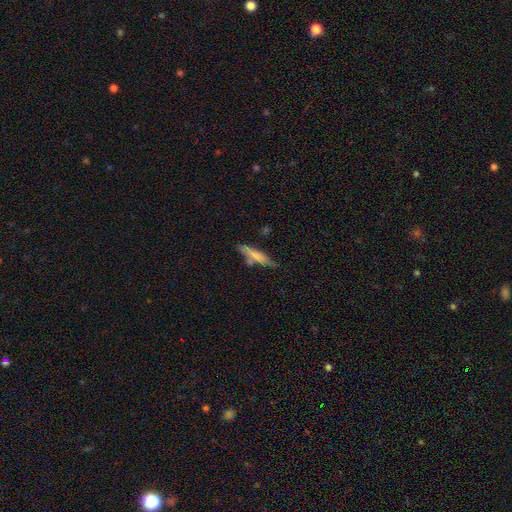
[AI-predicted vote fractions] Smooth or featured? Predicted: smooth (p=0.65). How rounded? Predicted: cigar-shaped (p=0.85). Merging? Predicted: none (p=0.66).